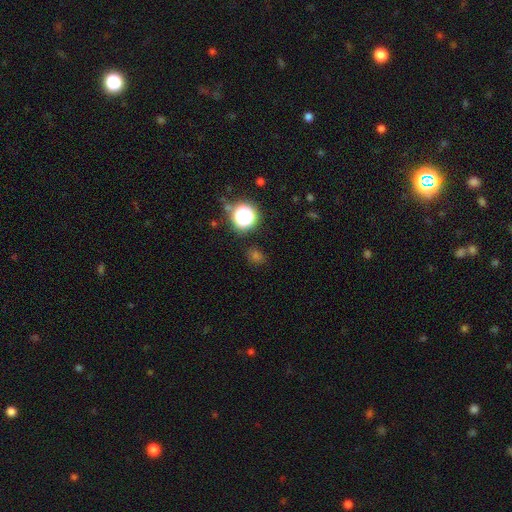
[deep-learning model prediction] Q: Smooth or featured?
A: smooth (51%); runner-up: star or artifact (43%)
Q: How rounded?
A: round (77%); runner-up: in between (22%)
Q: Merging?
A: none (84%); runner-up: minor disturbance (9%)